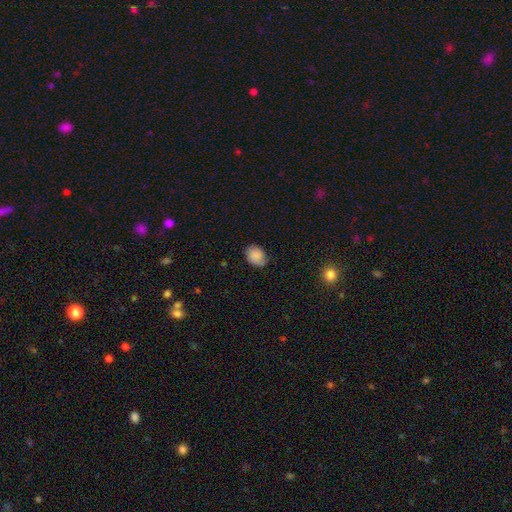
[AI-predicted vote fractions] smooth 83%, featured or disk 9%, star or artifact 8%. Down the decision tree: how rounded — in between (55%); merging — none (69%).